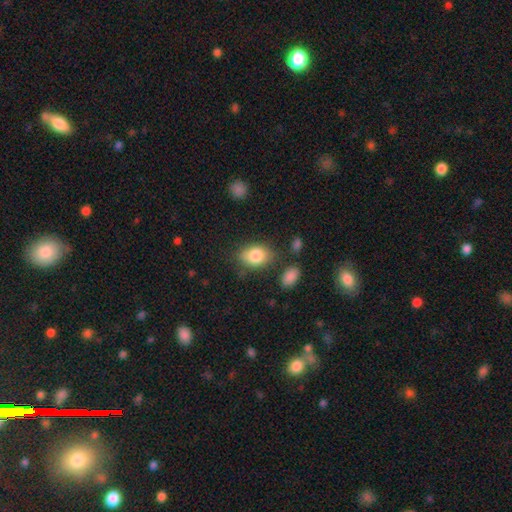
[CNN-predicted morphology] smooth-or-featured: smooth: 82% | featured or disk: 10% | star or artifact: 8%
  how-rounded: in between: 80% | round: 19% | cigar-shaped: 1%
  merging: none: 71% | minor disturbance: 18% | major disturbance: 5% | merger: 5%